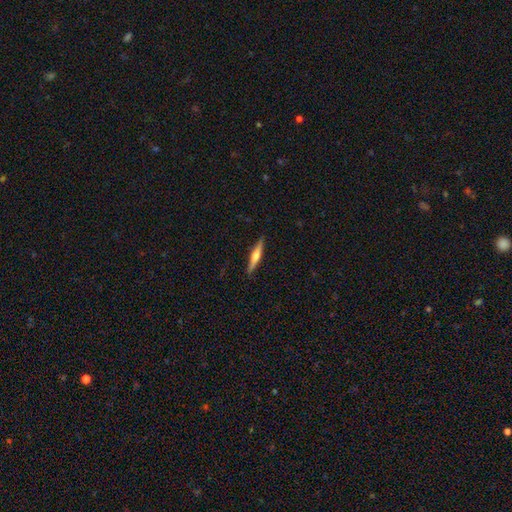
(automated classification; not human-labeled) This appears to be a featured or disk galaxy (64%) viewed edge-on (98%) with a rounded central bulge (86%). Merging: none (90%).